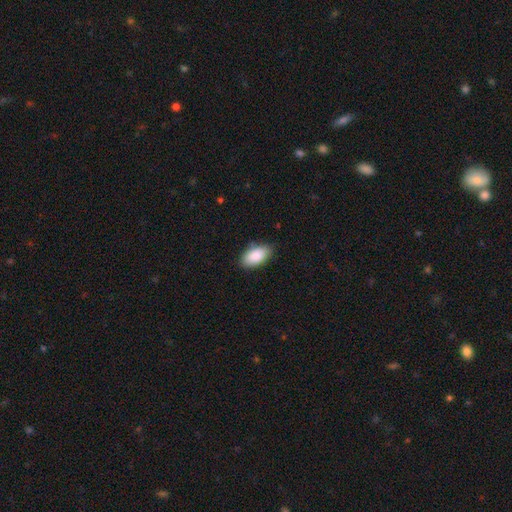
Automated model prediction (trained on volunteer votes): Smooth or featured? Predicted: smooth (p=0.89). How rounded? Predicted: in between (p=0.95). Merging? Predicted: none (p=0.83).